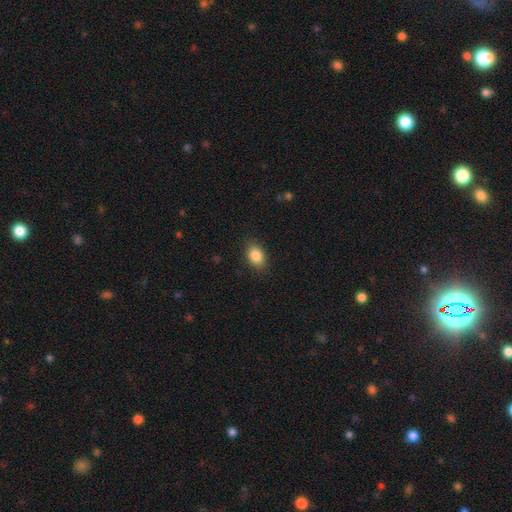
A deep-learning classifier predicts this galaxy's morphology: Q: Smooth or featured?
A: smooth (86%); runner-up: star or artifact (8%)
Q: How rounded?
A: in between (80%); runner-up: round (19%)
Q: Merging?
A: none (87%); runner-up: minor disturbance (9%)